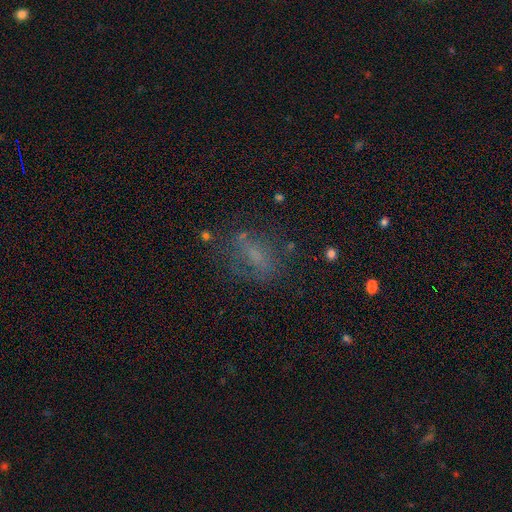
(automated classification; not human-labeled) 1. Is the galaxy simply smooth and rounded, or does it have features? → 48% smooth, 31% featured or disk, 21% star or artifact.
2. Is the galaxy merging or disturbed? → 55% none, 21% minor disturbance, 20% major disturbance, 4% merger.